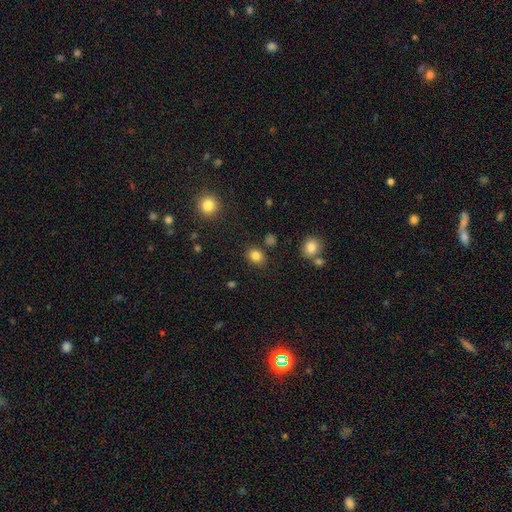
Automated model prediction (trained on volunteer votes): The model was most divided on "how rounded": round: 58%, in between: 41%, cigar-shaped: 1%. More confident: merging — none (83%); smooth or featured — smooth (83%).